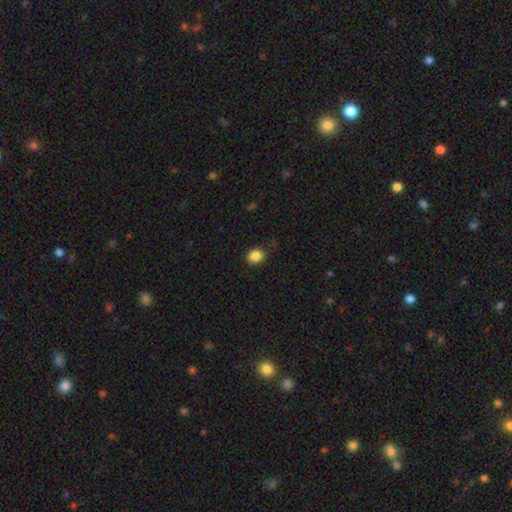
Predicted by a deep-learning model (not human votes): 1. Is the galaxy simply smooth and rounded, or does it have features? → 85% smooth, 10% star or artifact, 5% featured or disk.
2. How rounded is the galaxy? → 59% round, 40% in between, 1% cigar-shaped.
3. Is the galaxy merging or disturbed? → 78% none, 17% minor disturbance, 4% major disturbance, 1% merger.